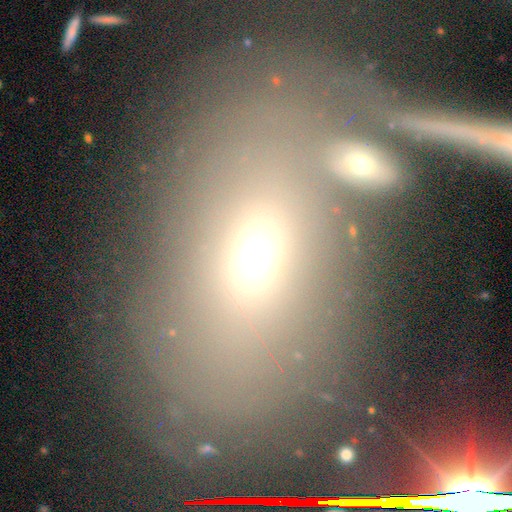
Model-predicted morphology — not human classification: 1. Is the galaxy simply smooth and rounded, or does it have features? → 62% smooth, 20% featured or disk, 19% star or artifact.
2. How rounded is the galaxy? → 76% in between, 18% round, 6% cigar-shaped.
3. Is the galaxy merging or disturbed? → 51% none, 26% merger, 13% minor disturbance, 9% major disturbance.